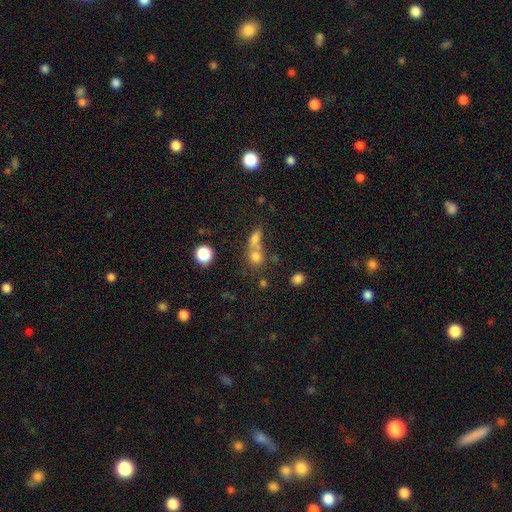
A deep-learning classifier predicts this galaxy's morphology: Smooth or featured? Predicted: smooth (p=0.69). How rounded? Predicted: round (p=0.74). Merging? Predicted: merger (p=0.53).